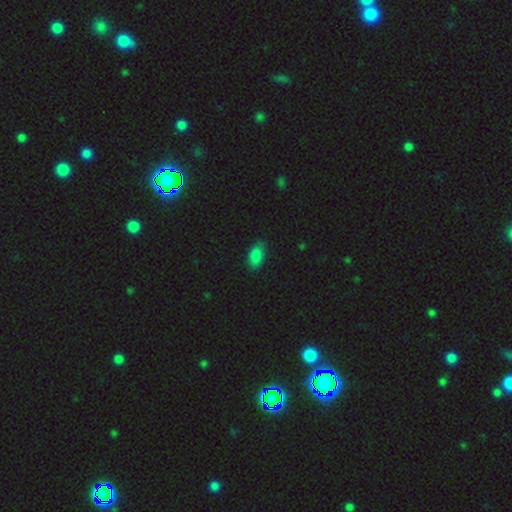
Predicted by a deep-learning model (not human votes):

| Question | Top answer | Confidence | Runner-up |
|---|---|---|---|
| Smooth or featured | smooth | 86% | star or artifact (10%) |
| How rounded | in between | 92% | round (5%) |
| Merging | none | 81% | minor disturbance (15%) |